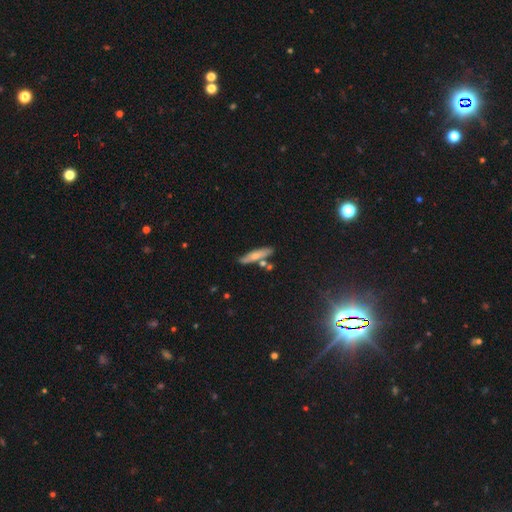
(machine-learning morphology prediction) This is likely a smooth galaxy (63%). How rounded: clearly cigar-shaped (81%). Merging: likely none (72%).